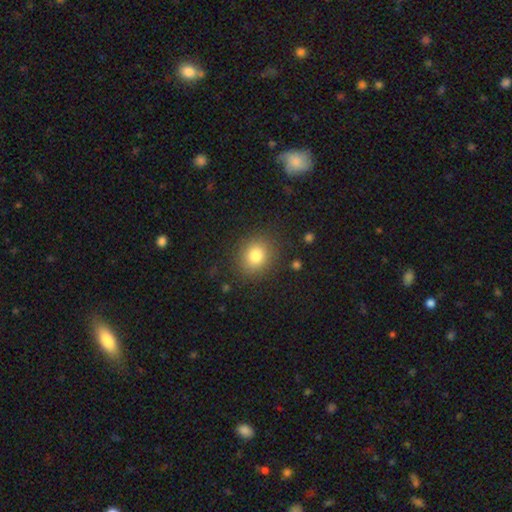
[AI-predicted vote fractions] Morphology: type=smooth (81%); roundness=round (68%); merging=none (86%).